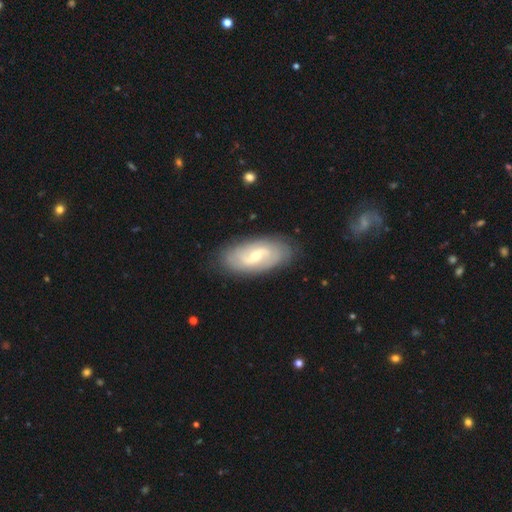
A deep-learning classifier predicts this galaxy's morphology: Q: Smooth or featured?
A: featured or disk (74%); runner-up: smooth (20%)
Q: Edge-on disk?
A: no (93%); runner-up: yes (7%)
Q: Bar?
A: weak (55%); runner-up: strong (25%)
Q: Spiral arms?
A: yes (83%); runner-up: no (17%)
Q: Spiral winding?
A: medium (37%); runner-up: tight (33%)
Q: Spiral arm count?
A: 2 (71%); runner-up: can't tell (20%)
Q: Bulge size?
A: small (49%); runner-up: moderate (47%)
Q: Merging?
A: none (85%); runner-up: minor disturbance (11%)